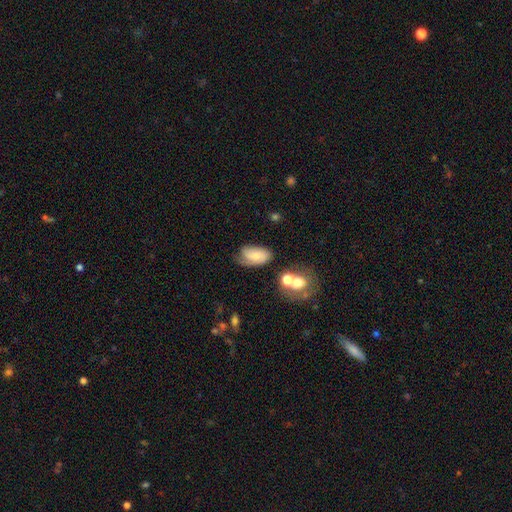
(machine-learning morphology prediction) type=smooth (51%); roundness=in between (90%); merging=none (49%).